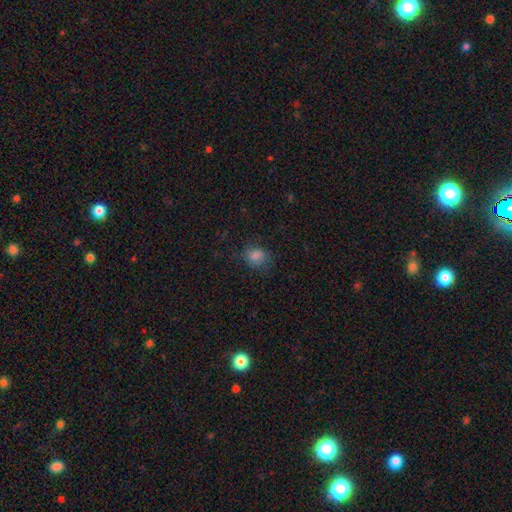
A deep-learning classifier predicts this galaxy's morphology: This appears to be a smooth galaxy with no disk features (79%) that is round (63%). Merging: none (72%).